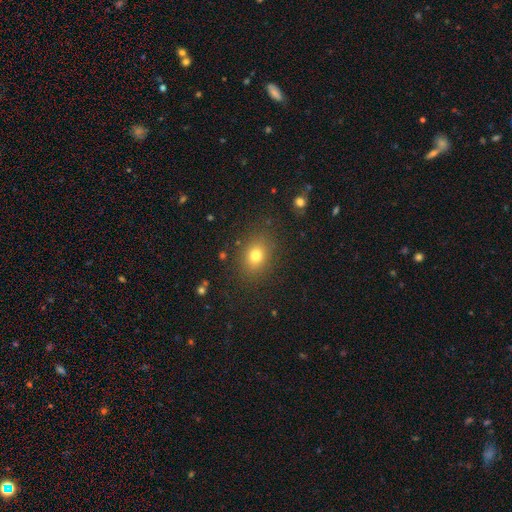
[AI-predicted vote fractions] A smooth galaxy with no disk features (76%) that is in between round and cigar-shaped (53%). Merging: none (85%).